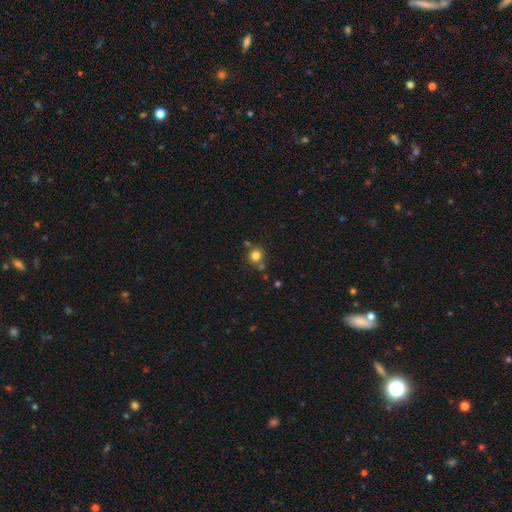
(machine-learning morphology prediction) Smooth or featured? Predicted: smooth (p=0.80). How rounded? Predicted: round (p=0.88). Merging? Predicted: none (p=0.71).